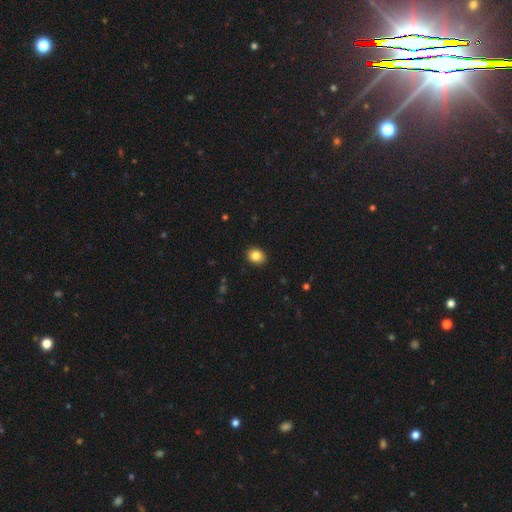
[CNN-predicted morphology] Overall: smooth (84%). How rounded: round (57%; in between 42%). Merging: none (91%).